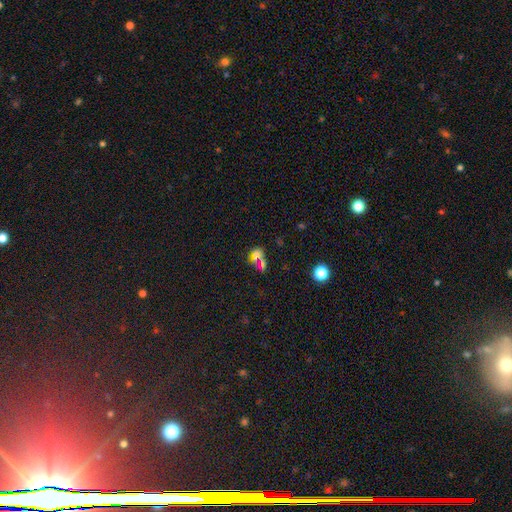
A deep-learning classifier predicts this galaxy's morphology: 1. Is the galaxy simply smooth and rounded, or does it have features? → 64% smooth, 18% featured or disk, 18% star or artifact.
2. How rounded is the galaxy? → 50% round, 48% in between, 2% cigar-shaped.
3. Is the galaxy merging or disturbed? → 57% merger, 30% none, 8% minor disturbance, 5% major disturbance.